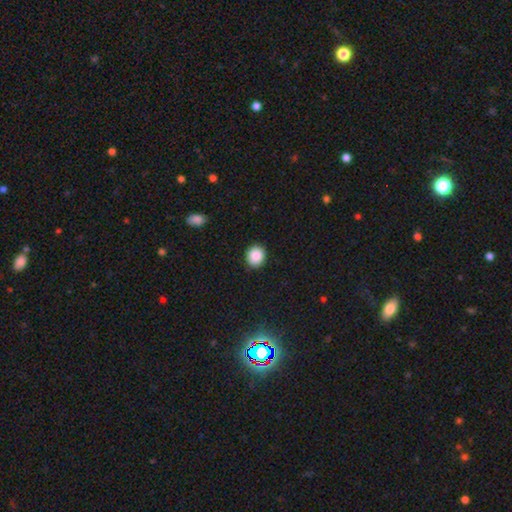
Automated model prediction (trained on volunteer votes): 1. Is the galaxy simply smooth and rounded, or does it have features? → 88% smooth, 9% star or artifact, 4% featured or disk.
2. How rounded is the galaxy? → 78% round, 21% in between, 1% cigar-shaped.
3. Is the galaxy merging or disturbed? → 90% none, 7% minor disturbance, 2% major disturbance, 1% merger.